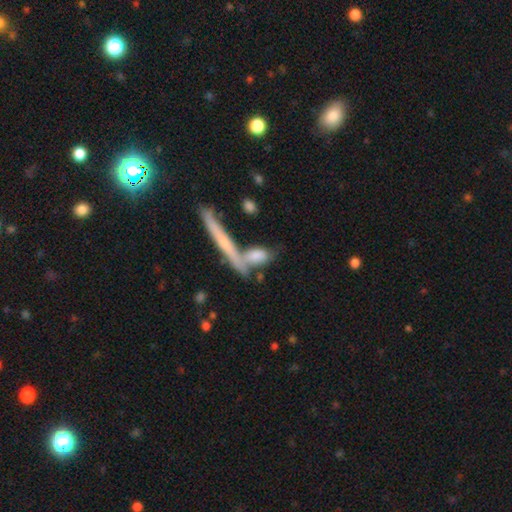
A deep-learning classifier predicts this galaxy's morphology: Smooth or featured: smooth — 68% (featured or disk — 25%)
How rounded: in between — 53% (cigar-shaped — 40%)
Merging: none — 42% (merger — 37%)